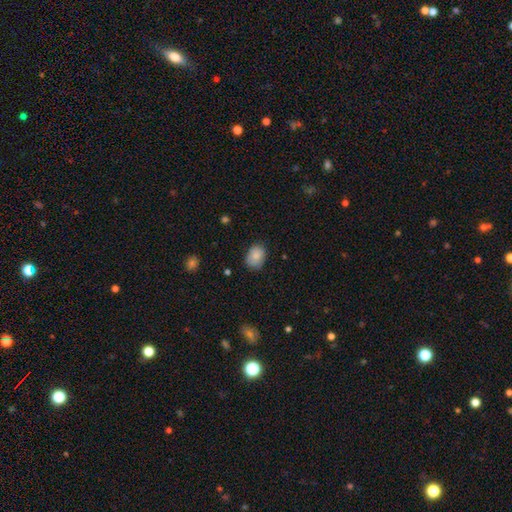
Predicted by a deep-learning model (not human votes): smooth_or_featured: smooth (p=0.85) [alt: star or artifact p=0.08]
how_rounded: in between (p=0.67) [alt: round p=0.32]
merging: none (p=0.77) [alt: minor disturbance p=0.18]